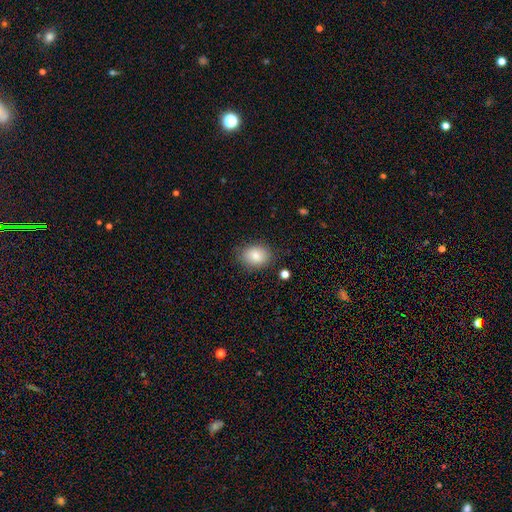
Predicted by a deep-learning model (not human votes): A smooth galaxy with no disk features (85%) that is in between round and cigar-shaped (60%).

Vote fractions:
- Smooth or featured? smooth: 85% / star or artifact: 8% / featured or disk: 7%
- How rounded? in between: 60% / round: 39% / cigar-shaped: 1%
- Merging? none: 82% / minor disturbance: 13% / major disturbance: 3% / merger: 2%